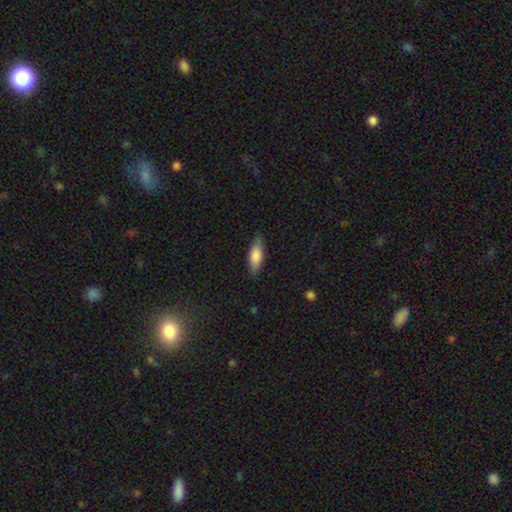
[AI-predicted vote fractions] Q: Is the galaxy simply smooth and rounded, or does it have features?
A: smooth — 81%.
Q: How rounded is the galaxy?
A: in between — 65%.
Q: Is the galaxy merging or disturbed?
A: none — 82%.